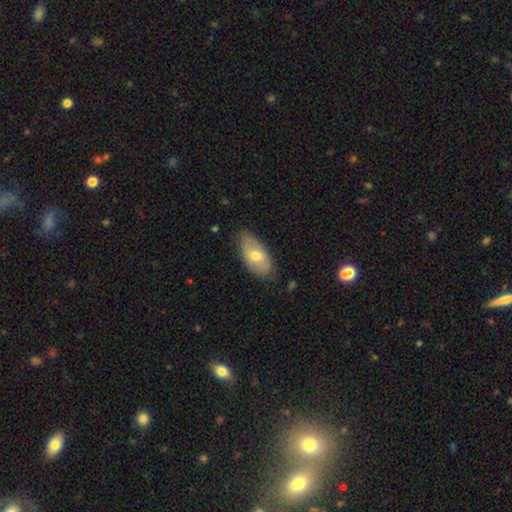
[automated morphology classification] Q: Smooth or featured?
A: smooth (62%); runner-up: featured or disk (32%)
Q: How rounded?
A: in between (92%); runner-up: cigar-shaped (5%)
Q: Merging?
A: none (72%); runner-up: minor disturbance (23%)